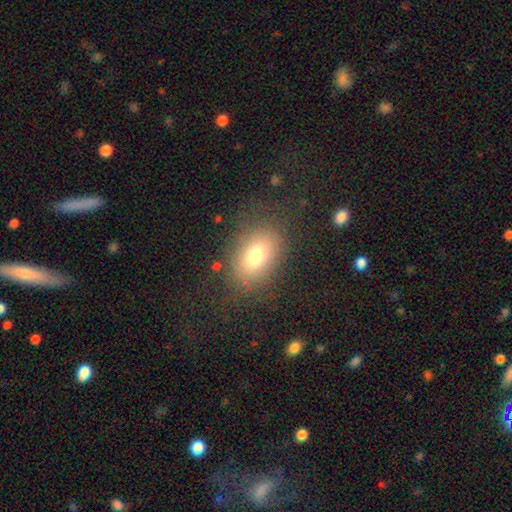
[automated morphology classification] Smooth or featured? smooth (74%)
How rounded? in between (79%)
Merging? none (76%)